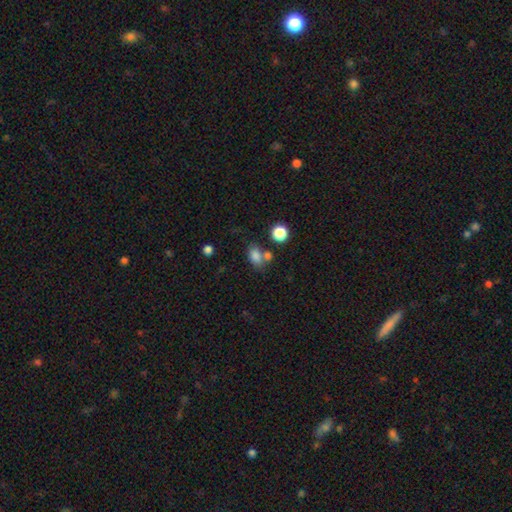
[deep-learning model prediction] This appears to be a smooth galaxy with no disk features (80%) that is in between round and cigar-shaped (75%). Merging: none (52%).